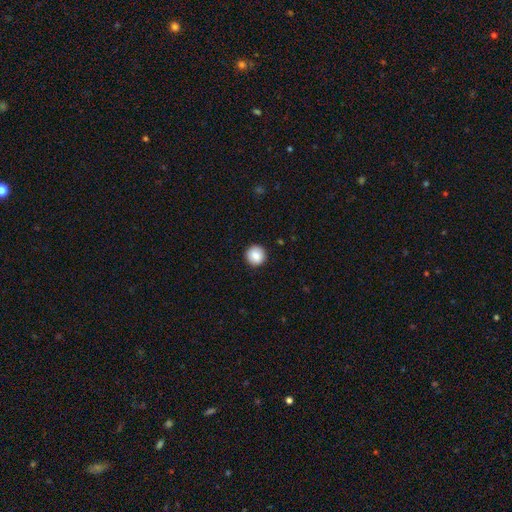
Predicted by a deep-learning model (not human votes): The model was most divided on "smooth or featured": smooth: 87%, star or artifact: 8%, featured or disk: 5%. More confident: how rounded — round (95%); merging — none (92%).